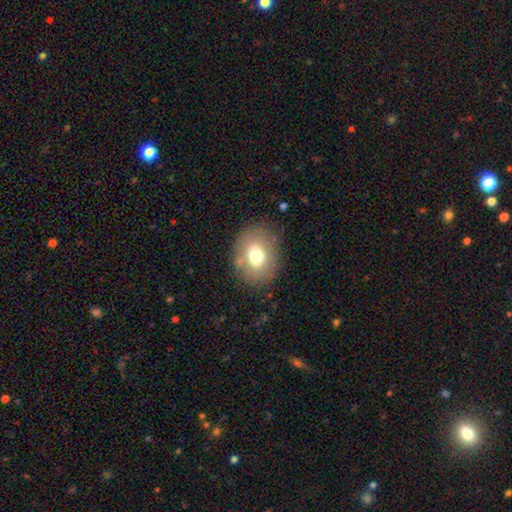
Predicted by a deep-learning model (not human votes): smooth_or_featured: smooth (p=0.69) [alt: featured or disk p=0.20]
how_rounded: in between (p=0.56) [alt: round p=0.43]
merging: none (p=0.80) [alt: minor disturbance p=0.12]